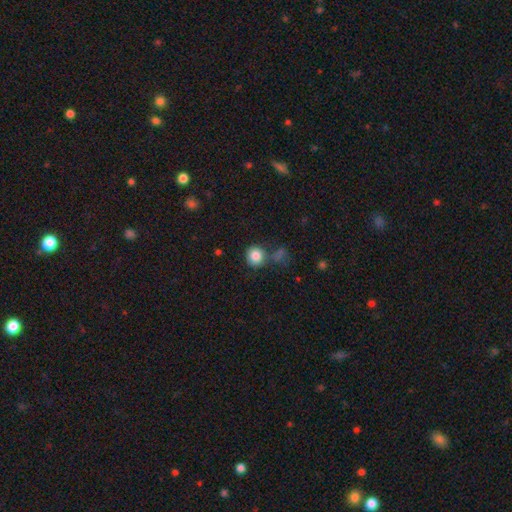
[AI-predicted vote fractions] The model was most divided on "merging": none: 69%, merger: 13%, minor disturbance: 13%, major disturbance: 5%. More confident: how rounded — round (89%); smooth or featured — smooth (85%).